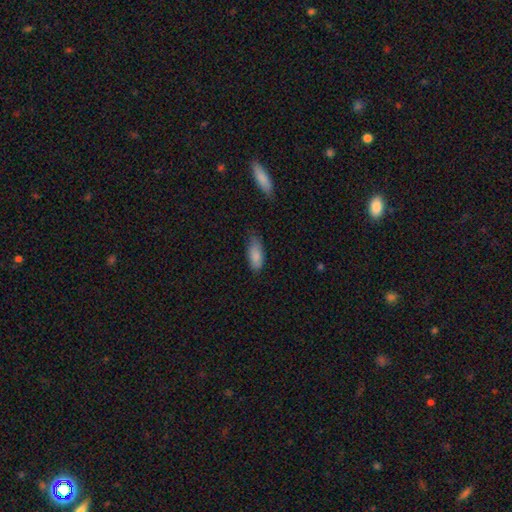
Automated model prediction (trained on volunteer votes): A smooth galaxy with no disk features (85%) that is in between round and cigar-shaped (82%). Merging: none (59%).